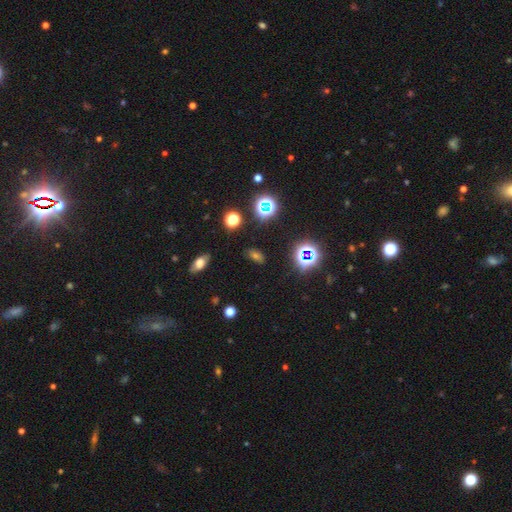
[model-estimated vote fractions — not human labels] Overall: smooth (54%; star or artifact 35%). How rounded: in between (74%). Merging: none (84%).